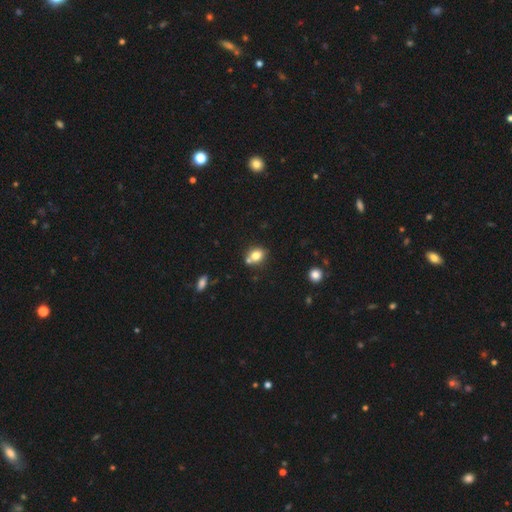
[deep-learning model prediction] A smooth galaxy with no disk features (77%) that is round (52%). Merging: none (59%).